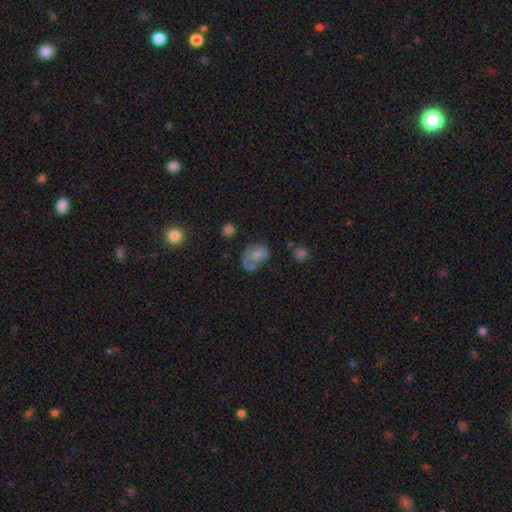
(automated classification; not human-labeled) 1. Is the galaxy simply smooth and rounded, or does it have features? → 57% smooth, 30% featured or disk, 13% star or artifact.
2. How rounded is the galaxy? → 73% in between, 25% round, 1% cigar-shaped.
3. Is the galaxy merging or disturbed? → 32% none, 27% major disturbance, 25% minor disturbance, 16% merger.